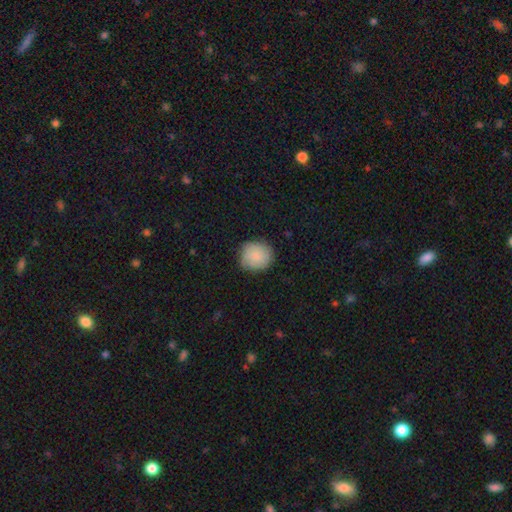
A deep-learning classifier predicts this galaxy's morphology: The model was most divided on "merging": none: 80%, minor disturbance: 16%, major disturbance: 3%, merger: 1%. More confident: how rounded — round (82%); smooth or featured — smooth (81%).